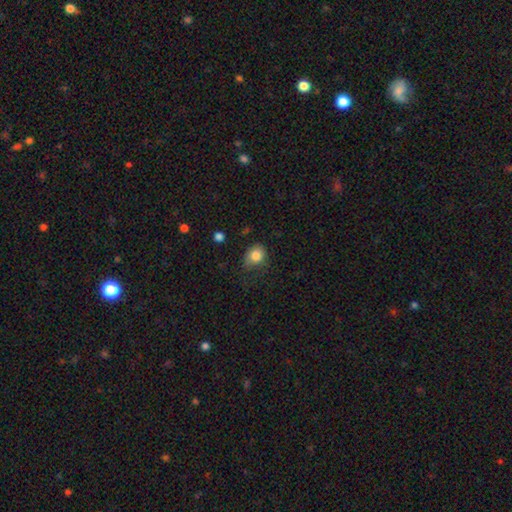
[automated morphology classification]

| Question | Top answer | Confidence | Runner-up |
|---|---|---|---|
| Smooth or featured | smooth | 82% | featured or disk (9%) |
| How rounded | round | 60% | in between (39%) |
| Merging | none | 55% | minor disturbance (31%) |